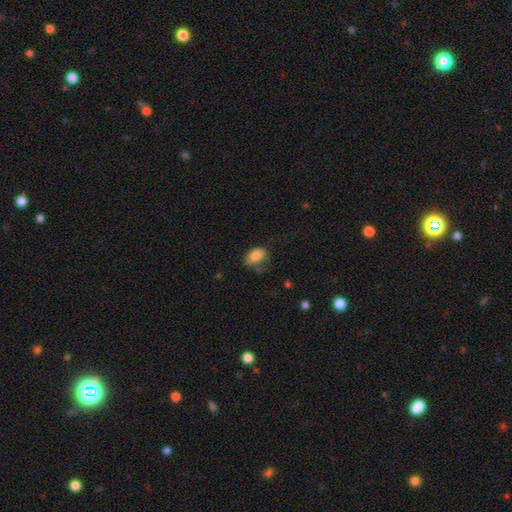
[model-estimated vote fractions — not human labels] Smooth or featured: smooth — 83% (featured or disk — 9%)
How rounded: in between — 84% (round — 14%)
Merging: none — 54% (minor disturbance — 31%)